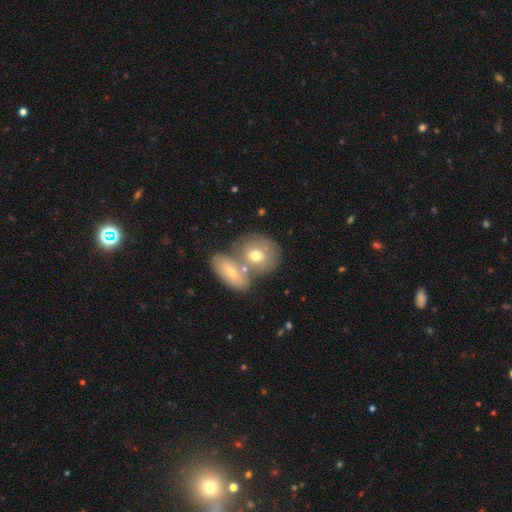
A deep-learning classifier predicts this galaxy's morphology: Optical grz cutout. It shows a smooth galaxy with no disk features (64%) that is round (72%). Merging: merger (47%).